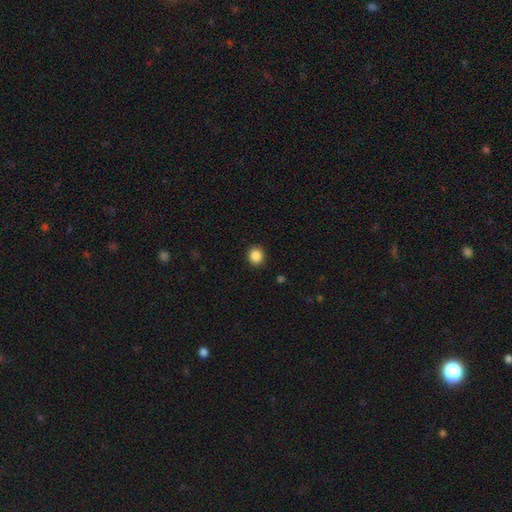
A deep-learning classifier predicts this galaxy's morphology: The model was most divided on "smooth or featured": smooth: 87%, star or artifact: 10%, featured or disk: 3%. More confident: merging — none (92%); how rounded — round (89%).